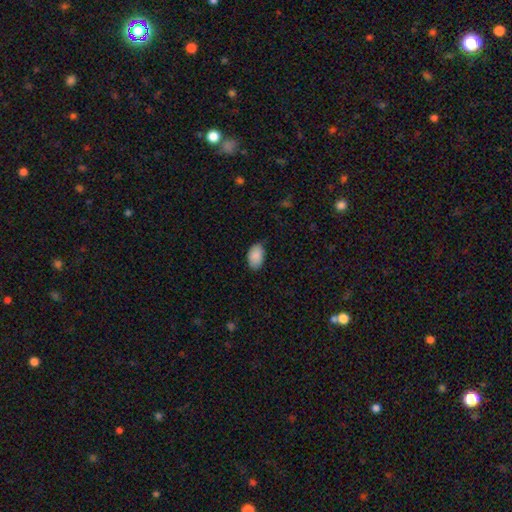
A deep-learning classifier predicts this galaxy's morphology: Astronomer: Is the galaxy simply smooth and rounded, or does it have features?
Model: smooth — 90%.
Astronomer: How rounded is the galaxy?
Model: in between — 92%.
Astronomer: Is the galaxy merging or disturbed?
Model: none — 79%.